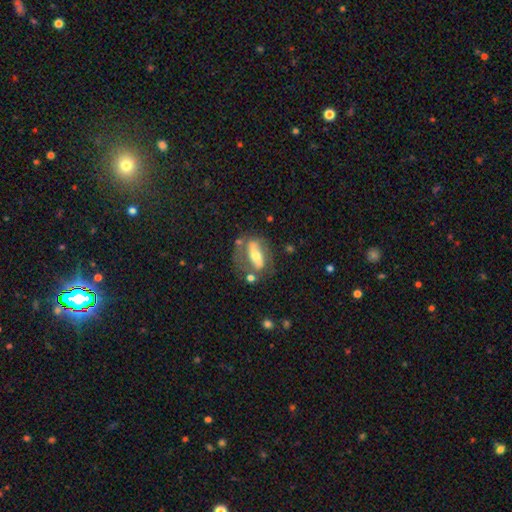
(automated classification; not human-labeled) This appears to be a featured or disk galaxy (64%). Merging: none (56%).